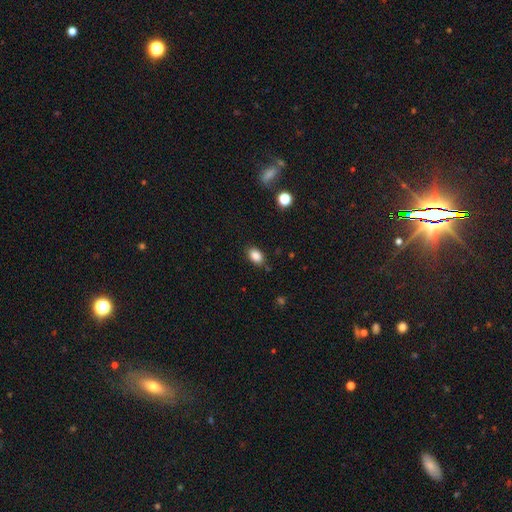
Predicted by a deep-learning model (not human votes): Q: Smooth or featured?
A: smooth (86%); runner-up: star or artifact (9%)
Q: How rounded?
A: in between (84%); runner-up: round (14%)
Q: Merging?
A: none (81%); runner-up: minor disturbance (14%)